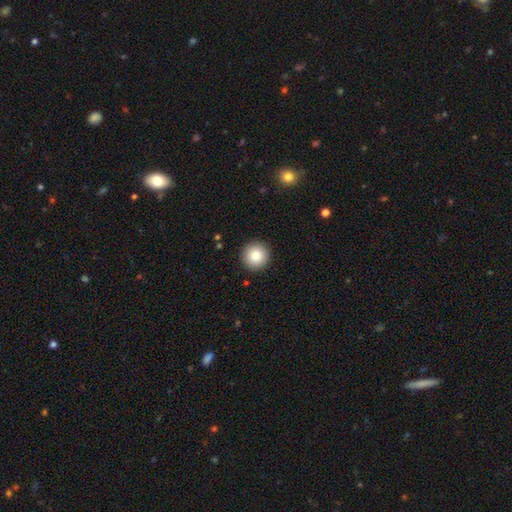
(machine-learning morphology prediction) This appears to be a smooth galaxy with no disk features (83%) that is round (96%). Merging: none (93%).